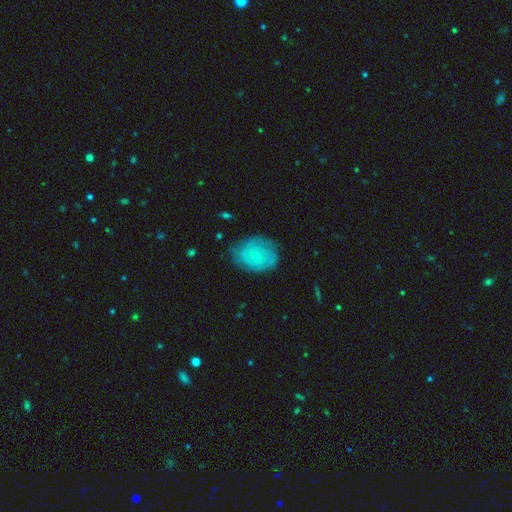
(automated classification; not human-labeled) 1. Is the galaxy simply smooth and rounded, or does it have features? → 50% featured or disk, 42% smooth, 9% star or artifact.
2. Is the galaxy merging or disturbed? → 64% none, 27% minor disturbance, 8% major disturbance, 1% merger.